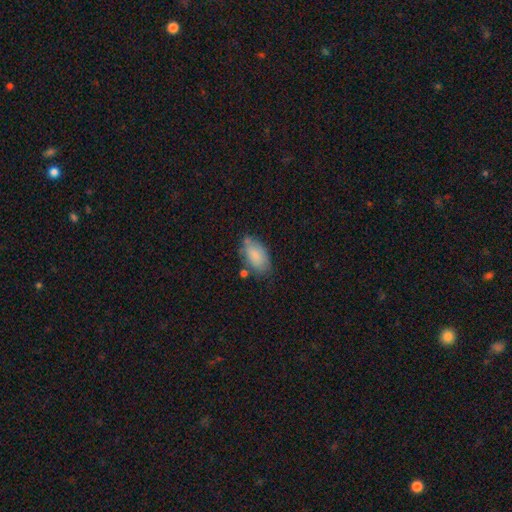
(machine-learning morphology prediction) The model was most divided on "merging": none: 60%, minor disturbance: 25%, merger: 8%, major disturbance: 7%. More confident: how rounded — in between (93%); smooth or featured — smooth (81%).